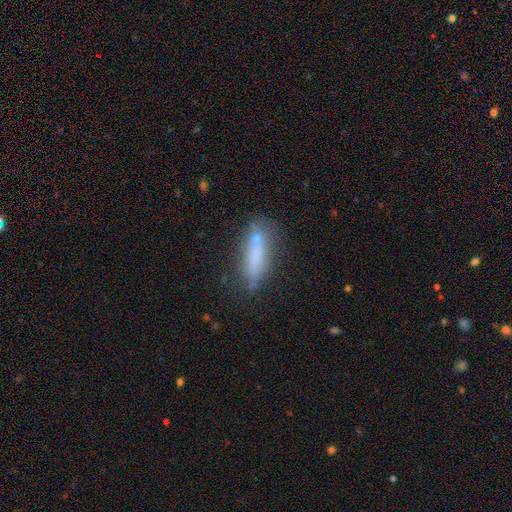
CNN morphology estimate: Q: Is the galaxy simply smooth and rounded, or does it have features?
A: smooth — 65%.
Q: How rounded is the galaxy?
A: cigar-shaped — 54%.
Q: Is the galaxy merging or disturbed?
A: none — 53%.